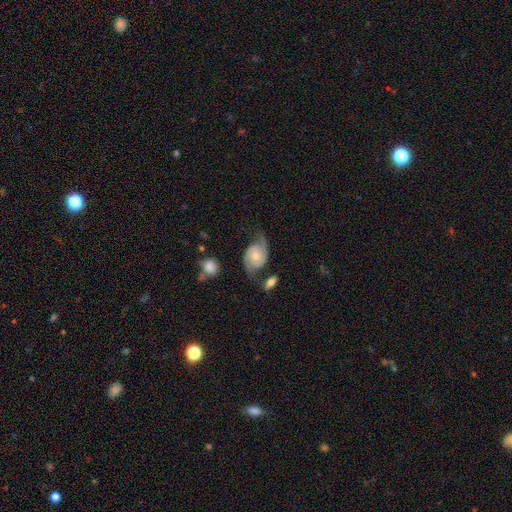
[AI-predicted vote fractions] A featured or disk galaxy (79%) with no bar (73%), 2 (88%) medium (40%) spiral arms (94%) and a moderate central bulge (51%).

Vote fractions:
- Smooth or featured? featured or disk: 79% / smooth: 15% / star or artifact: 6%
- Edge-on disk? no: 97% / yes: 3%
- Bar? no: 73% / weak: 22% / strong: 5%
- Spiral arms? yes: 94% / no: 6%
- Spiral winding? medium: 40% / loose: 39% / tight: 21%
- Spiral arm count? 2: 88% / 1: 5% / can't tell: 4% / 3: 1% / 4: 1% / more than 4: 1%
- Bulge size? moderate: 51% / small: 41% / large: 4% / none: 3% / dominant: 1%
- Merging? none: 57% / minor disturbance: 23% / major disturbance: 15% / merger: 5%